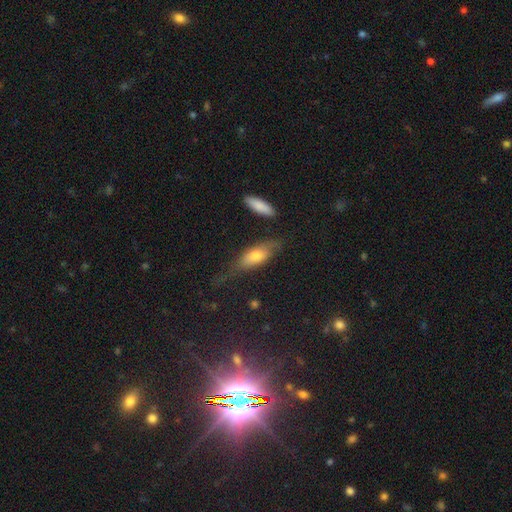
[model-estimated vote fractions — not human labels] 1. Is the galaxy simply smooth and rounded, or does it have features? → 66% smooth, 25% featured or disk, 8% star or artifact.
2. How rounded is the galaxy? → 64% in between, 32% cigar-shaped, 5% round.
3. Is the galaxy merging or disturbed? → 46% none, 30% minor disturbance, 20% major disturbance, 5% merger.